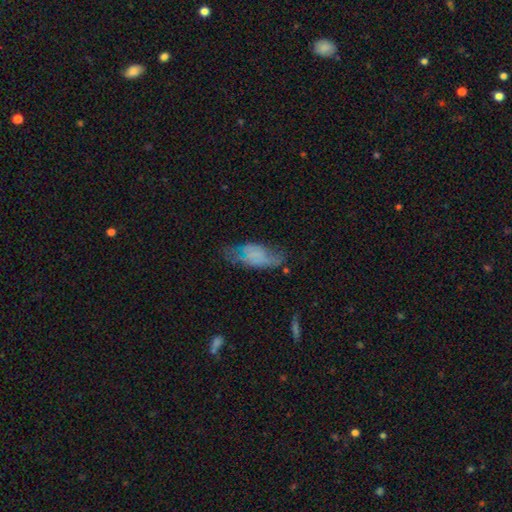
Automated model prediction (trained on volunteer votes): Smooth or featured? Predicted: smooth (p=0.50). Merging? Predicted: none (p=0.44).